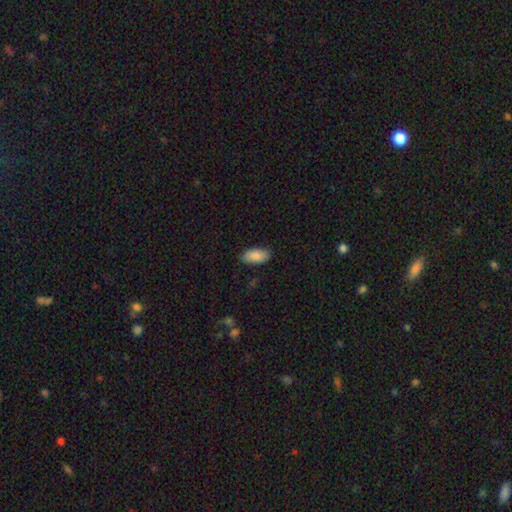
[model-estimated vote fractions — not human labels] Q: Smooth or featured?
A: smooth (87%); runner-up: featured or disk (6%)
Q: How rounded?
A: in between (92%); runner-up: cigar-shaped (6%)
Q: Merging?
A: none (87%); runner-up: minor disturbance (10%)